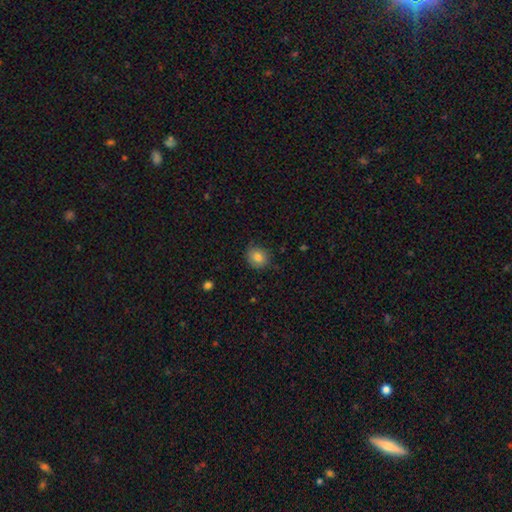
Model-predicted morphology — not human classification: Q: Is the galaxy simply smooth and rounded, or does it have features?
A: smooth — 79%.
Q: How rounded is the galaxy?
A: round — 80%.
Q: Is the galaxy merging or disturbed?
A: none — 83%.